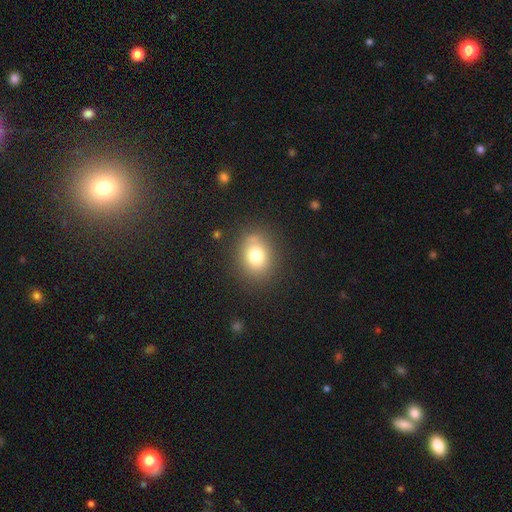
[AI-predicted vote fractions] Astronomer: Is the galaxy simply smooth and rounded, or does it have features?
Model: smooth — 77%.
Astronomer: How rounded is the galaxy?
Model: round — 57% (runner-up: in between, 42%).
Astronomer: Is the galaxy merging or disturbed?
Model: none — 82%.